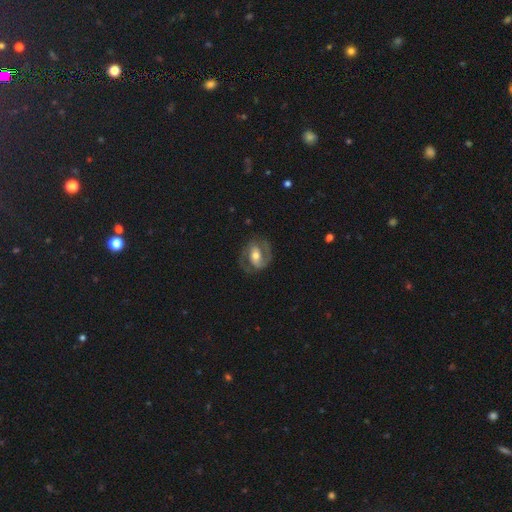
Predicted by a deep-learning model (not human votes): Smooth or featured? Predicted: featured or disk (p=0.78). Edge-on disk? Predicted: no (p=0.97). Bar? Predicted: weak (p=0.38). Spiral arms? Predicted: yes (p=0.89). Spiral winding? Predicted: medium (p=0.52). Spiral arm count? Predicted: 2 (p=0.85). Bulge size? Predicted: moderate (p=0.65). Merging? Predicted: none (p=0.73).